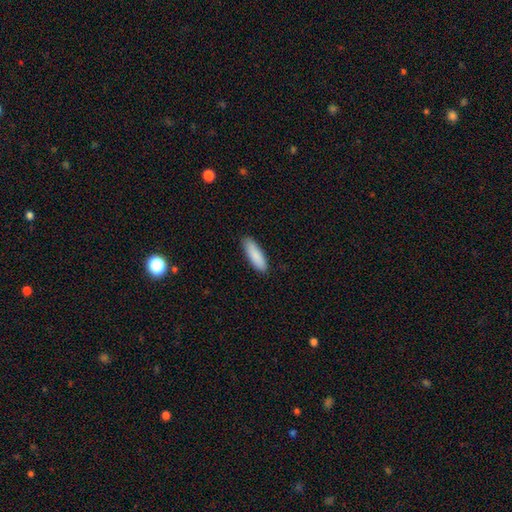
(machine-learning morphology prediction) smooth-or-featured: smooth: 88% | featured or disk: 6% | star or artifact: 5%
  how-rounded: in between: 50% | cigar-shaped: 49% | round: 2%
  merging: none: 87% | minor disturbance: 10% | major disturbance: 2% | merger: 1%